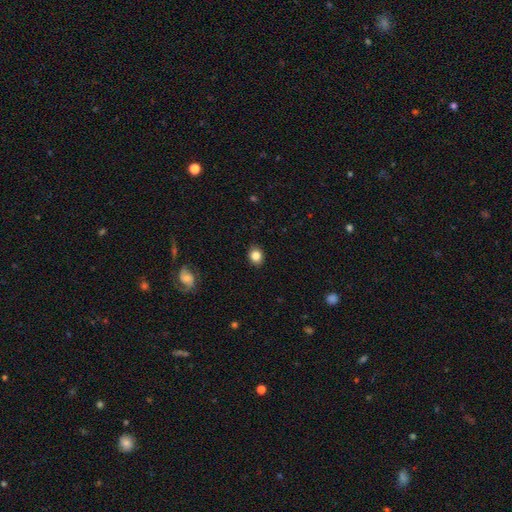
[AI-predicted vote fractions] Smooth or featured? Predicted: smooth (p=0.84). How rounded? Predicted: round (p=0.61). Merging? Predicted: none (p=0.89).